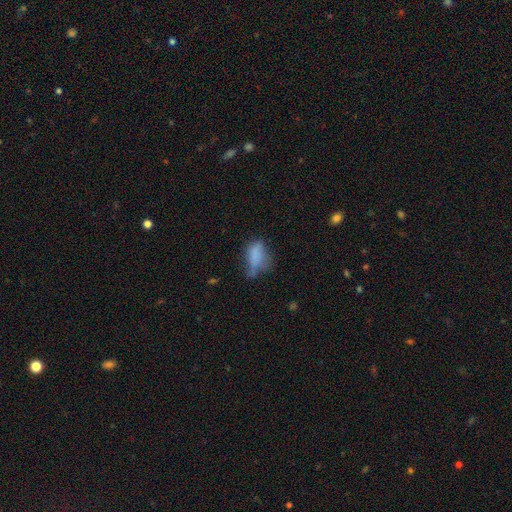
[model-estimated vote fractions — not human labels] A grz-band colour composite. It shows a smooth galaxy with no disk features (73%) that is in between round and cigar-shaped (86%). Merging: minor disturbance (34%).